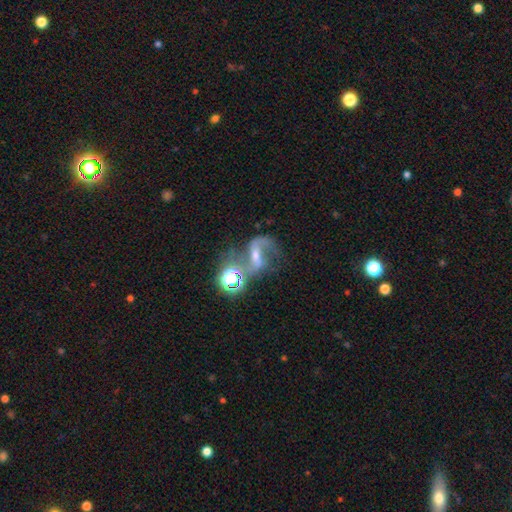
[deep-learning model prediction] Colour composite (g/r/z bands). It shows a featured or disk galaxy (79%) with a strong bar (48%), 2 (88%) loose (58%) spiral arms (94%) and a small central bulge (51%). Merging: none (53%).